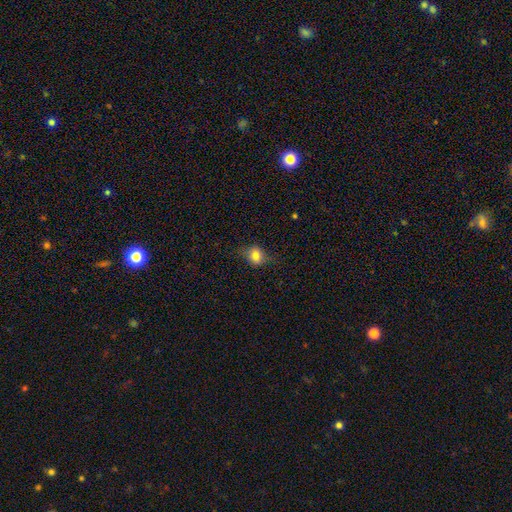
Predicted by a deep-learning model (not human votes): Q: Smooth or featured?
A: smooth (74%); runner-up: featured or disk (15%)
Q: How rounded?
A: round (57%); runner-up: in between (42%)
Q: Merging?
A: none (70%); runner-up: minor disturbance (22%)